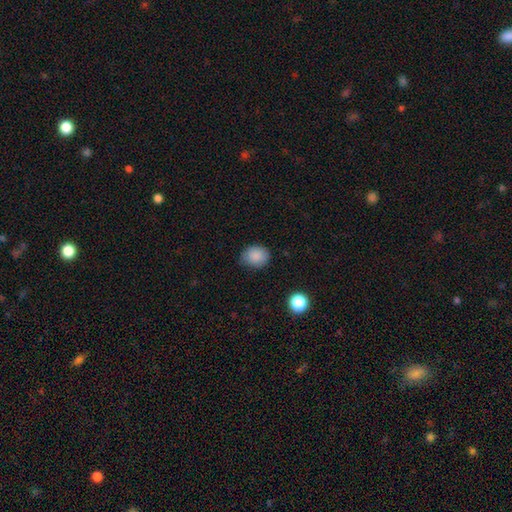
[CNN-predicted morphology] Smooth or featured? Predicted: smooth (p=0.87). How rounded? Predicted: round (p=0.56). Merging? Predicted: none (p=0.72).